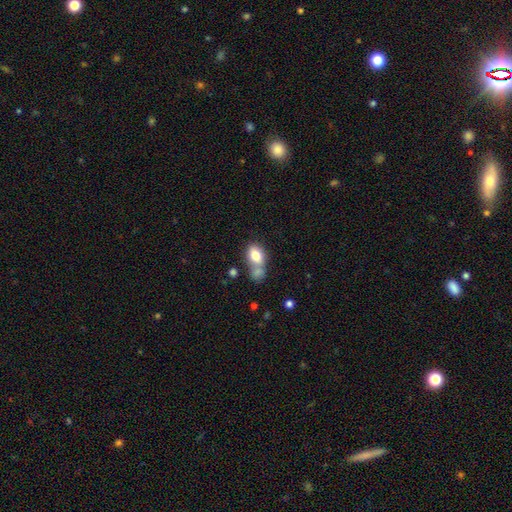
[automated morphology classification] smooth 76%, featured or disk 16%, star or artifact 8%. Down the decision tree: how rounded — in between (80%); merging — merger (46%).